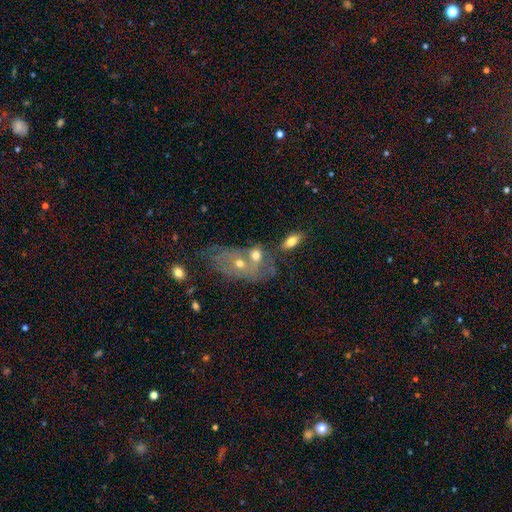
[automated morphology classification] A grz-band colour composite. It shows a smooth galaxy with no disk features (49%). Merging: merger (55%).